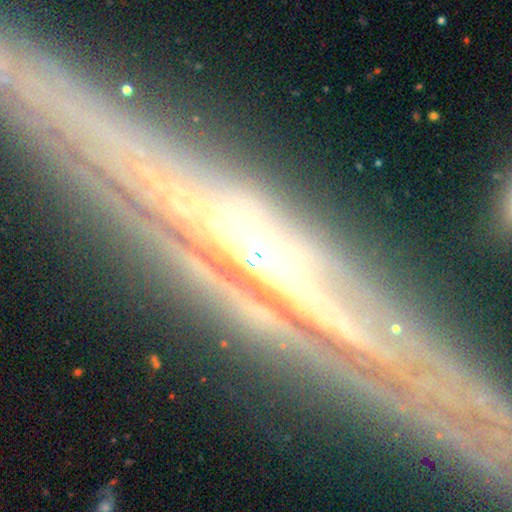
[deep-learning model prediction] Smooth or featured?
  - featured or disk: 71% *
  - star or artifact: 16%
  - smooth: 13%
Edge-on disk?
  - yes: 76% *
  - no: 24%
Edge-on bulge?
  - rounded: 67% *
  - none: 22%
  - boxy: 11%
Merging?
  - none: 80% *
  - minor disturbance: 12%
  - major disturbance: 5%
  - merger: 3%